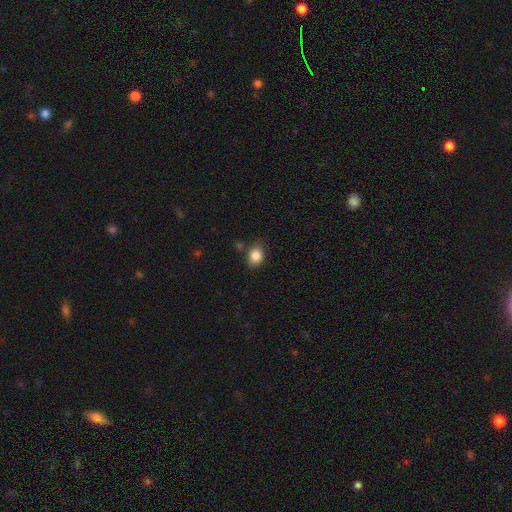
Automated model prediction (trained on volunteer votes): Smooth or featured?
  - smooth: 85% *
  - star or artifact: 9%
  - featured or disk: 5%
How rounded?
  - in between: 54% *
  - round: 45%
  - cigar-shaped: 1%
Merging?
  - none: 75% *
  - minor disturbance: 16%
  - merger: 5%
  - major disturbance: 4%